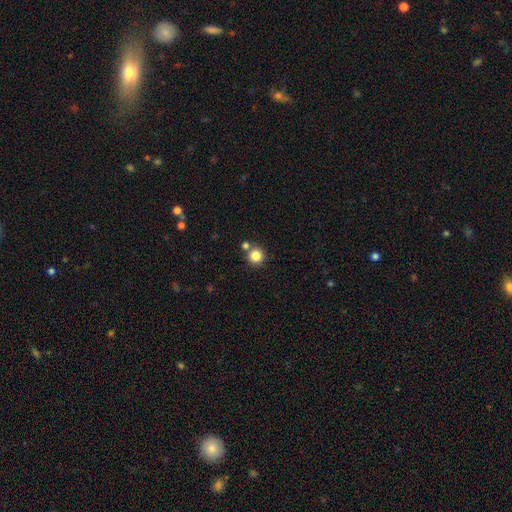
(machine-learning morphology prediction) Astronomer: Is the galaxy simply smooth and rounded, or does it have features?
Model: smooth — 84%.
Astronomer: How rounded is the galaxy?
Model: round — 94%.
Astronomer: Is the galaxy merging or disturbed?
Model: none — 73%.